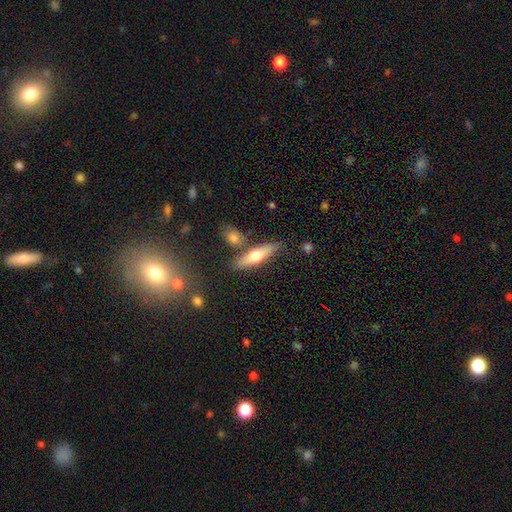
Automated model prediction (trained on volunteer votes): This is possibly a smooth galaxy (54%). How rounded: likely cigar-shaped (62%). Merging: likely none (72%).